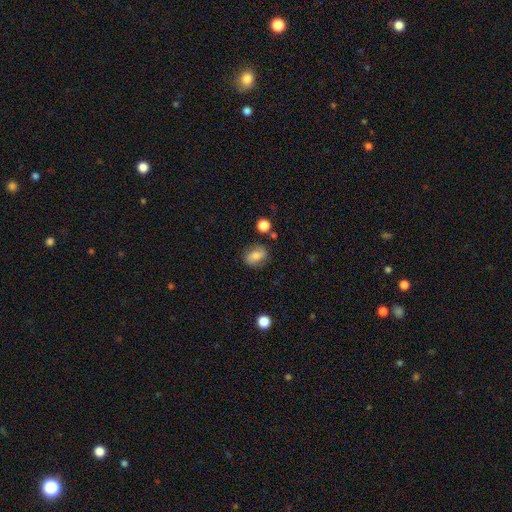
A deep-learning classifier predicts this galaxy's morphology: This appears to be a smooth galaxy with no disk features (69%) that is in between round and cigar-shaped (65%). Merging: none (75%).